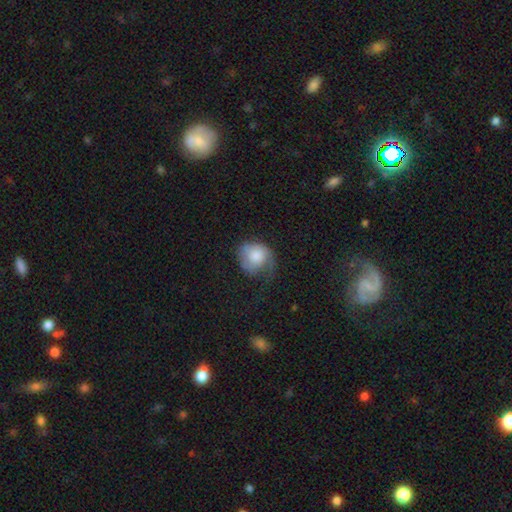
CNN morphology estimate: smooth-or-featured: smooth: 65% | featured or disk: 28% | star or artifact: 7%
  how-rounded: round: 74% | in between: 25% | cigar-shaped: 1%
  merging: none: 35% | minor disturbance: 33% | major disturbance: 30% | merger: 2%